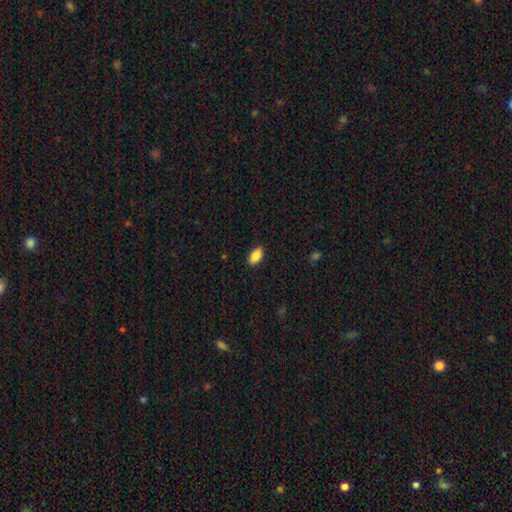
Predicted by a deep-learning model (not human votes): A smooth galaxy with no disk features (87%) that is in between round and cigar-shaped (92%). Merging: none (88%).